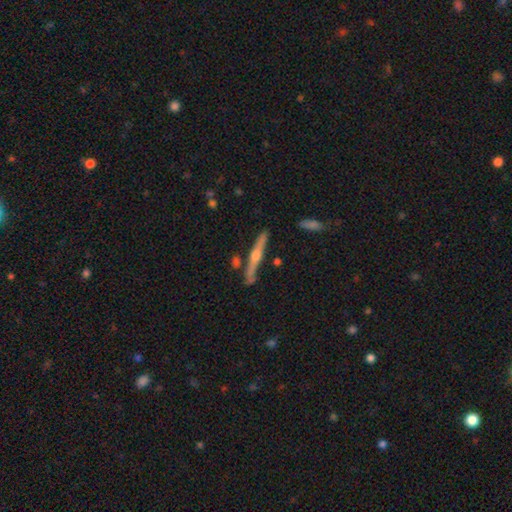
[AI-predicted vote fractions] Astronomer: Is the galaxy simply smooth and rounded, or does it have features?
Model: featured or disk — 73%.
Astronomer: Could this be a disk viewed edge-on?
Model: yes — 98%.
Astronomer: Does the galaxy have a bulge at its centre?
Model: rounded — 91%.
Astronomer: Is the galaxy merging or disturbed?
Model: none — 82%.